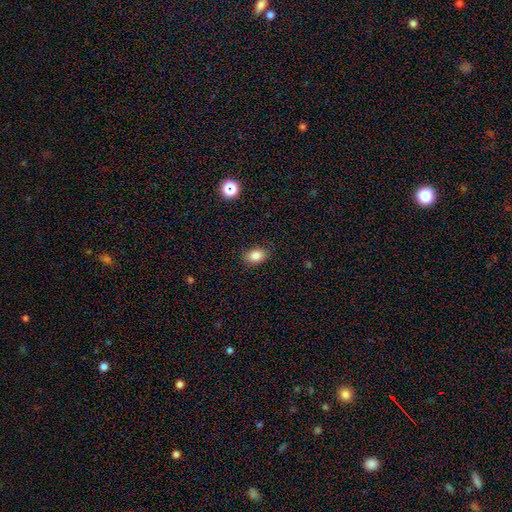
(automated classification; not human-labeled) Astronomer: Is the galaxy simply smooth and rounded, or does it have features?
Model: smooth — 84%.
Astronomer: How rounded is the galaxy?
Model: in between — 73%.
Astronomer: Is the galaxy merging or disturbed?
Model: none — 87%.